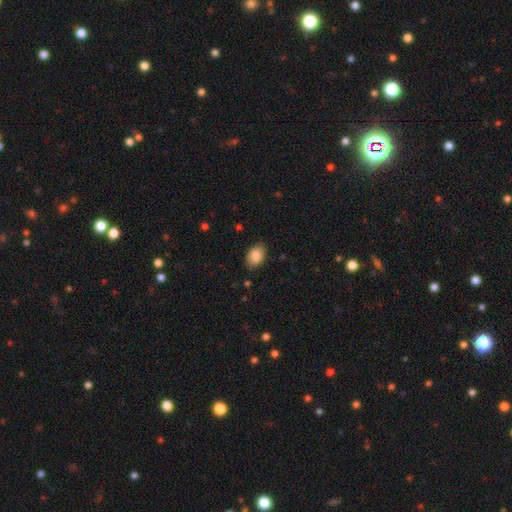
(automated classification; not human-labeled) A smooth galaxy with no disk features (85%) that is in between round and cigar-shaped (88%).

Vote fractions:
- Smooth or featured? smooth: 85% / featured or disk: 8% / star or artifact: 7%
- How rounded? in between: 88% / round: 11% / cigar-shaped: 1%
- Merging? none: 85% / minor disturbance: 12% / major disturbance: 2% / merger: 1%